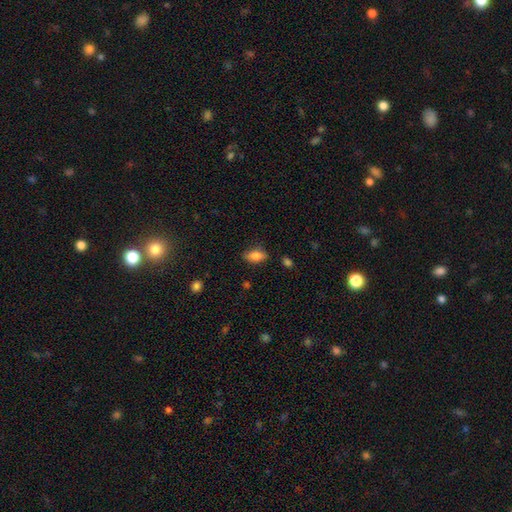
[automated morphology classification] This appears to be a smooth galaxy with no disk features (81%) that is in between round and cigar-shaped (88%). Merging: none (77%).